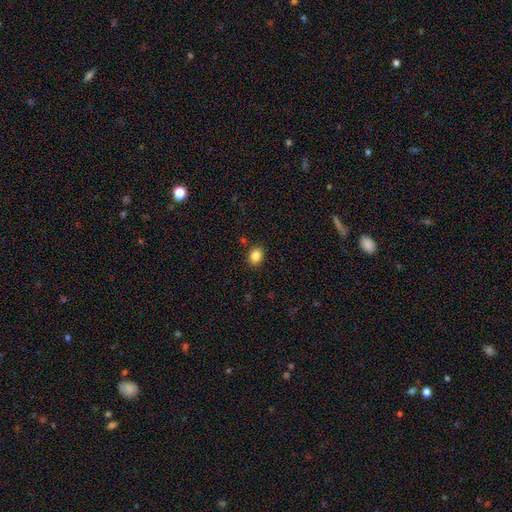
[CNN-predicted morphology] A smooth galaxy with no disk features (85%) that is in between round and cigar-shaped (56%). Merging: none (87%).